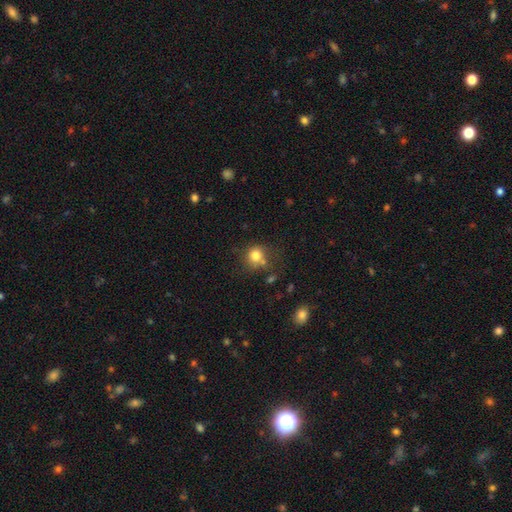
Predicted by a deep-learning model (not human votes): The model was most divided on "merging": none: 58%, minor disturbance: 17%, merger: 17%, major disturbance: 8%. More confident: how rounded — round (82%); smooth or featured — smooth (79%).